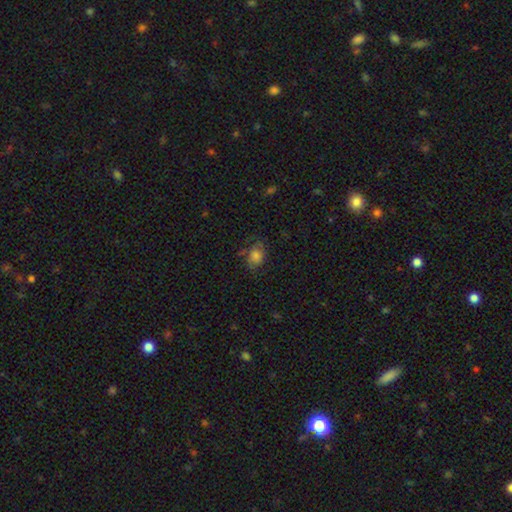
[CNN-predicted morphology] This is likely a smooth galaxy (68%). How rounded: likely in between (64%). Merging: possibly none (54%).